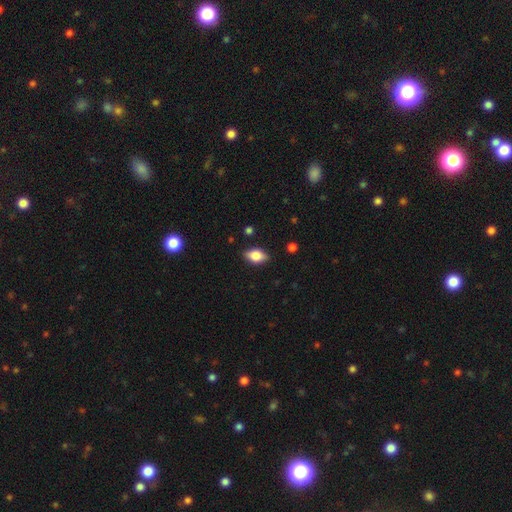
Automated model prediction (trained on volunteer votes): Q: Smooth or featured?
A: smooth (70%); runner-up: featured or disk (22%)
Q: How rounded?
A: in between (86%); runner-up: round (9%)
Q: Merging?
A: none (85%); runner-up: minor disturbance (12%)